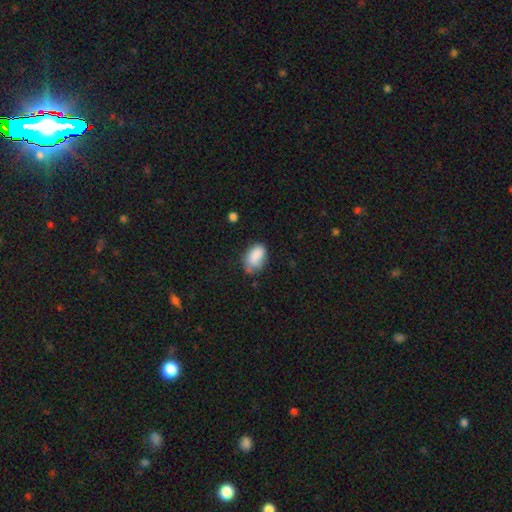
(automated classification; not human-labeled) Smooth or featured? smooth (84%)
How rounded? in between (89%)
Merging? none (52%)